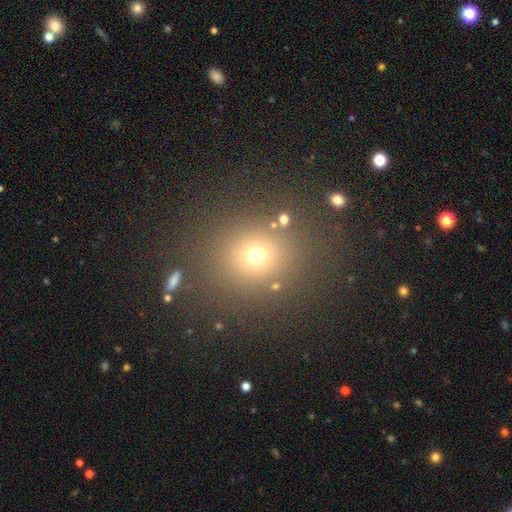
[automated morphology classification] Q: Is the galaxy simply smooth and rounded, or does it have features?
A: smooth — 67%.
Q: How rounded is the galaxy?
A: round — 84%.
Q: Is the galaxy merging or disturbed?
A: none — 82%.